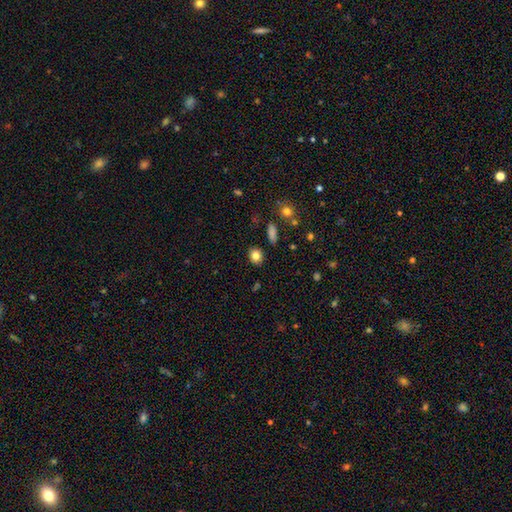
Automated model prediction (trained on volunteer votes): Smooth or featured? Predicted: smooth (p=0.83). How rounded? Predicted: round (p=0.71). Merging? Predicted: none (p=0.88).